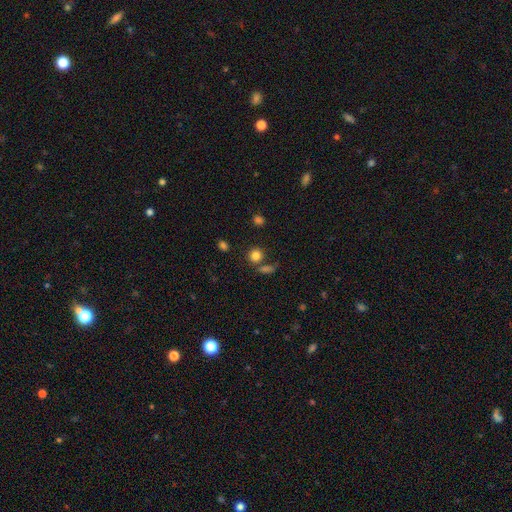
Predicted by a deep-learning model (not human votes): smooth-or-featured: smooth: 82% | star or artifact: 12% | featured or disk: 6%
  how-rounded: round: 82% | in between: 16% | cigar-shaped: 1%
  merging: none: 68% | merger: 17% | minor disturbance: 10% | major disturbance: 5%